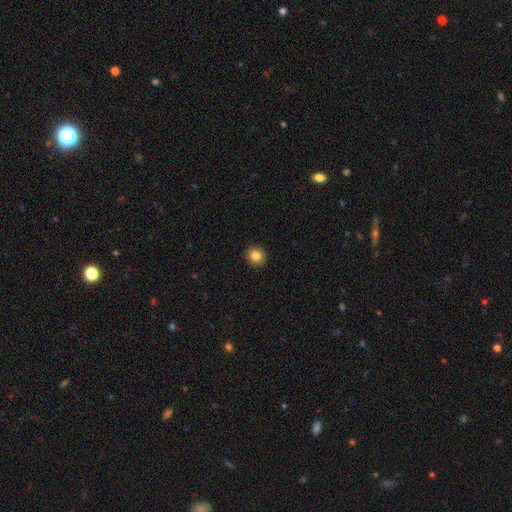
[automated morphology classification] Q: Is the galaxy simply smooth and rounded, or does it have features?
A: smooth — 84%.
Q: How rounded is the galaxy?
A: round — 87%.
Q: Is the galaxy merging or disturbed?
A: none — 93%.